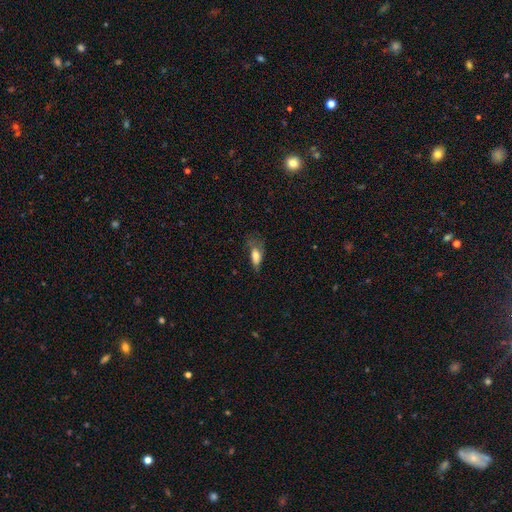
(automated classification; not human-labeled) Smooth or featured?
  - smooth: 73% *
  - featured or disk: 18%
  - star or artifact: 9%
How rounded?
  - in between: 80% *
  - cigar-shaped: 16%
  - round: 4%
Merging?
  - none: 39% *
  - minor disturbance: 31%
  - major disturbance: 28%
  - merger: 2%